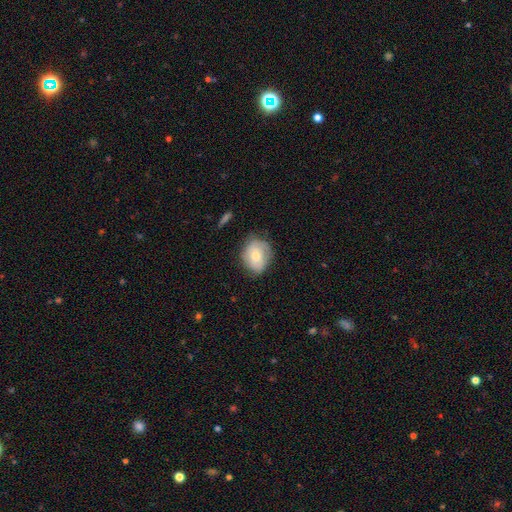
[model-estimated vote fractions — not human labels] The model was most divided on "how rounded": round: 55%, in between: 44%, cigar-shaped: 1%. More confident: merging — none (64%); smooth or featured — smooth (61%).